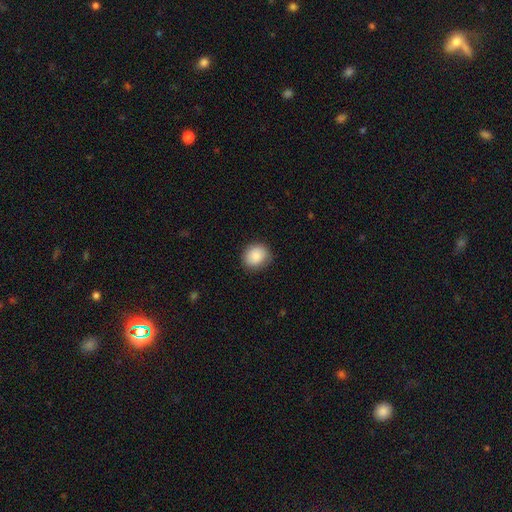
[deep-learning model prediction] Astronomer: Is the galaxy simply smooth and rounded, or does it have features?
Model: smooth — 87%.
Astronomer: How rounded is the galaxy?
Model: round — 72%.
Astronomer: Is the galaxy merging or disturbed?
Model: none — 83%.